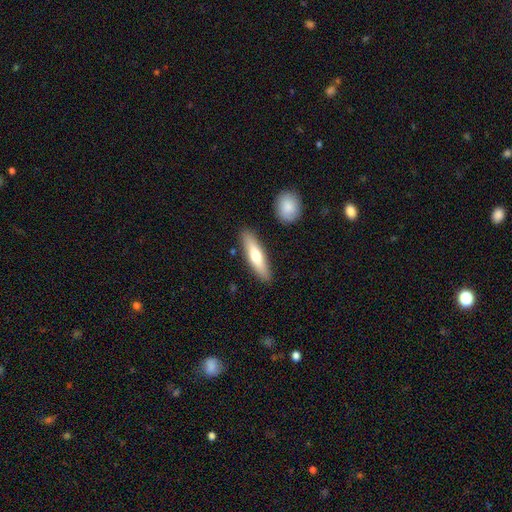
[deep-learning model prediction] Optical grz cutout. It shows a smooth galaxy with no disk features (60%) that is cigar-shaped (70%). Merging: none (86%).